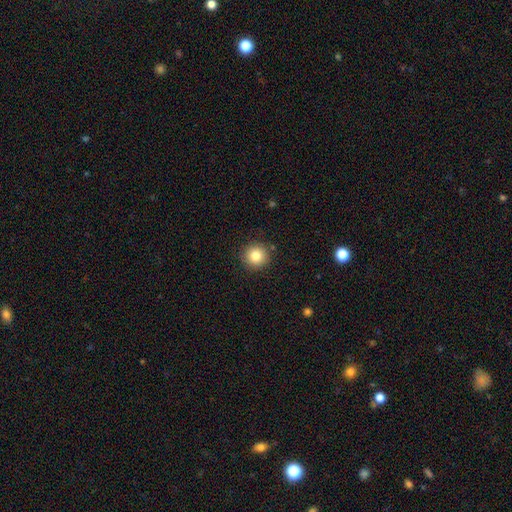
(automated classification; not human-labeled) Smooth or featured? smooth (83%)
How rounded? round (94%)
Merging? none (90%)